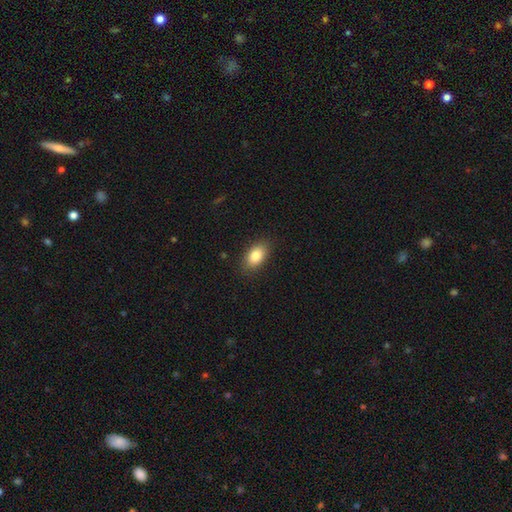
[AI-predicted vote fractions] The model was most divided on "smooth or featured": smooth: 83%, featured or disk: 9%, star or artifact: 8%. More confident: how rounded — in between (89%); merging — none (86%).